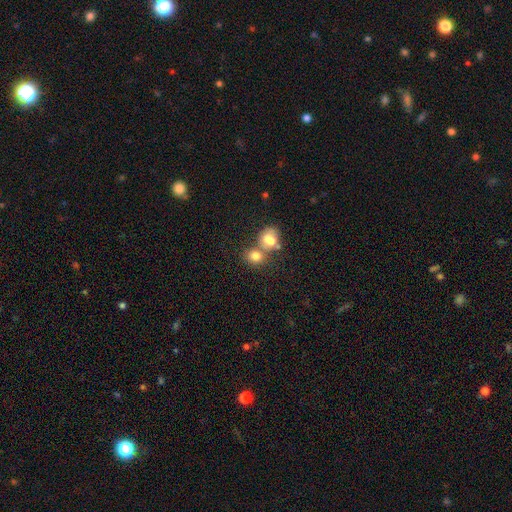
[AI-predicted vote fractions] smooth_or_featured: smooth (p=0.76) [alt: featured or disk p=0.12]
how_rounded: round (p=0.64) [alt: in between p=0.35]
merging: merger (p=0.49) [alt: none p=0.38]